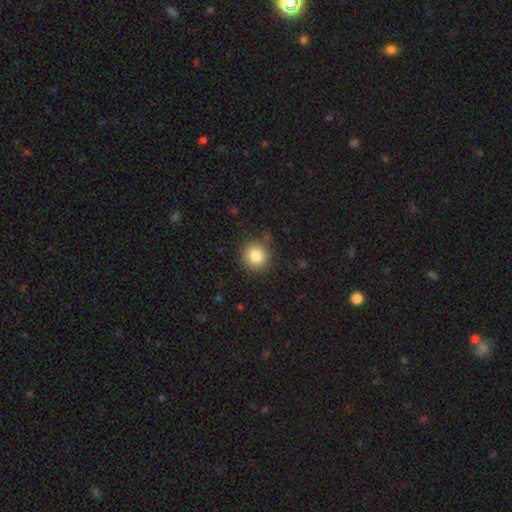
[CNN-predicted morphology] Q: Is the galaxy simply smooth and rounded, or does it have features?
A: smooth — 84%.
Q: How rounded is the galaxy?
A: round — 92%.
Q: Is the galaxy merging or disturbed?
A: none — 87%.